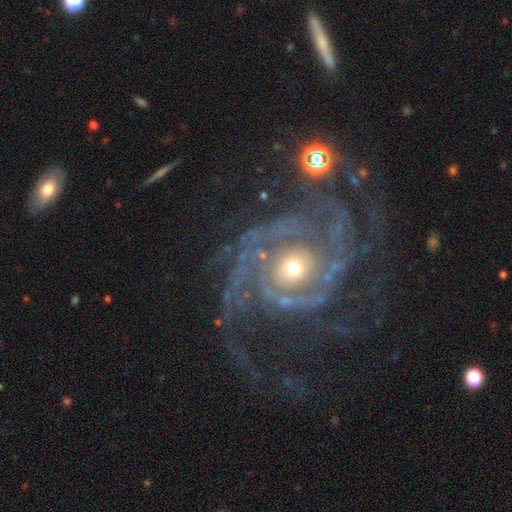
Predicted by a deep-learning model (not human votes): The model was most divided on "spiral arm count": 3: 27%, 2: 25%, 4: 16%, can't tell: 14%, more than 4: 9%, 1: 9%. More confident: spiral arms — yes (98%); edge-on disk — no (98%); smooth or featured — featured or disk (93%); bar — no (68%); merging — none (59%); spiral winding — tight (58%); bulge size — moderate (52%).